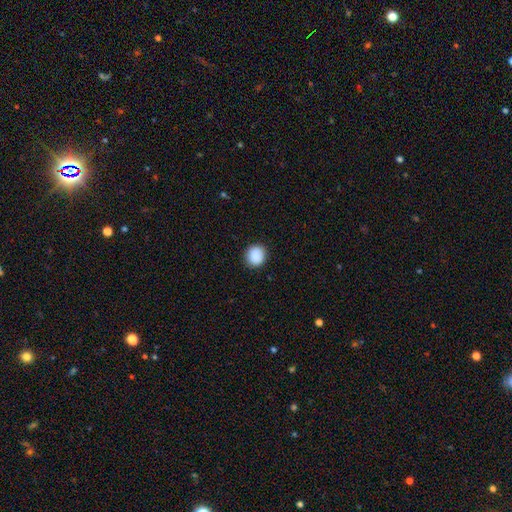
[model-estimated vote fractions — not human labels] Smooth or featured? Predicted: smooth (p=0.90). How rounded? Predicted: round (p=0.87). Merging? Predicted: none (p=0.91).